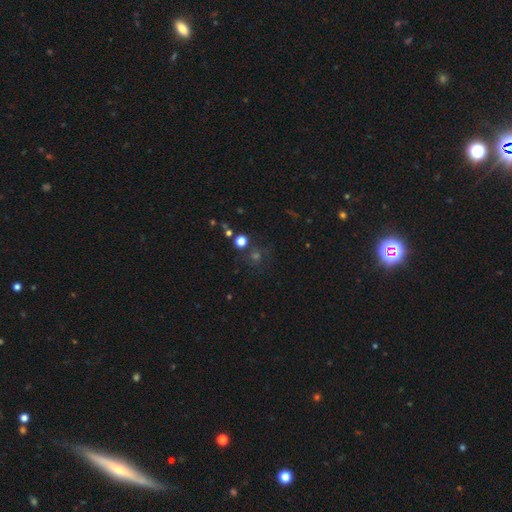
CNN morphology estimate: Smooth or featured? star or artifact (49%)